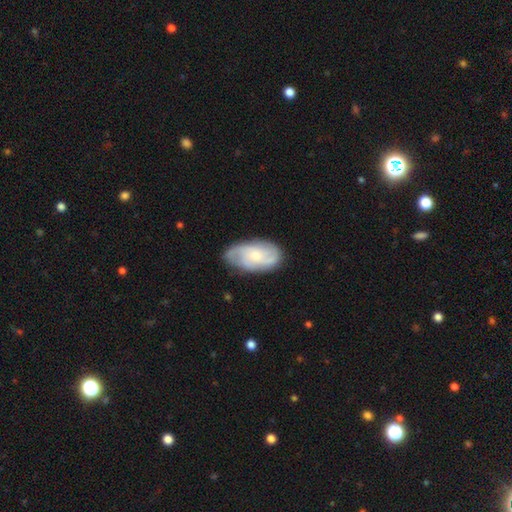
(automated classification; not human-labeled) Q: Smooth or featured?
A: featured or disk (69%); runner-up: smooth (25%)
Q: Edge-on disk?
A: no (96%); runner-up: yes (4%)
Q: Bar?
A: no (69%); runner-up: weak (28%)
Q: Spiral arms?
A: yes (93%); runner-up: no (7%)
Q: Spiral winding?
A: medium (44%); runner-up: tight (36%)
Q: Spiral arm count?
A: 3 (33%); runner-up: 2 (27%)
Q: Bulge size?
A: small (55%); runner-up: moderate (36%)
Q: Merging?
A: none (75%); runner-up: minor disturbance (18%)